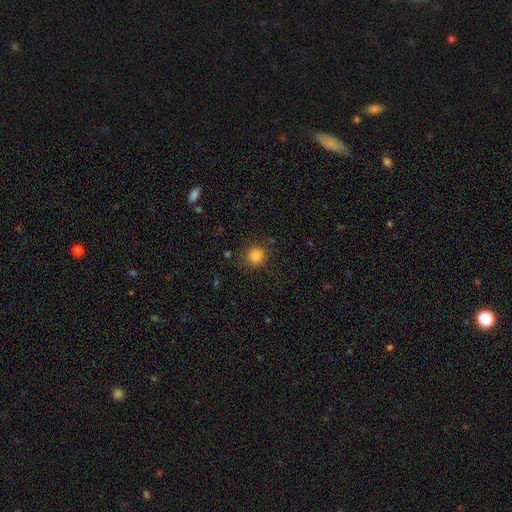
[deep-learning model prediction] Q: Smooth or featured?
A: smooth (85%); runner-up: star or artifact (12%)
Q: How rounded?
A: round (92%); runner-up: in between (7%)
Q: Merging?
A: none (86%); runner-up: minor disturbance (9%)